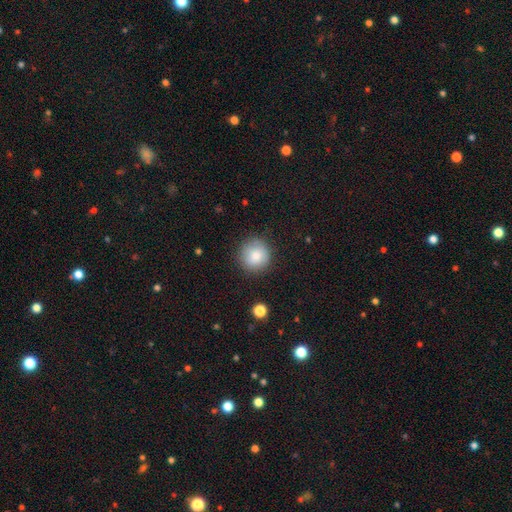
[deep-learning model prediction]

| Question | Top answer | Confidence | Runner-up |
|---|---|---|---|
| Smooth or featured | smooth | 84% | star or artifact (8%) |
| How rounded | round | 93% | in between (6%) |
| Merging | none | 84% | minor disturbance (11%) |